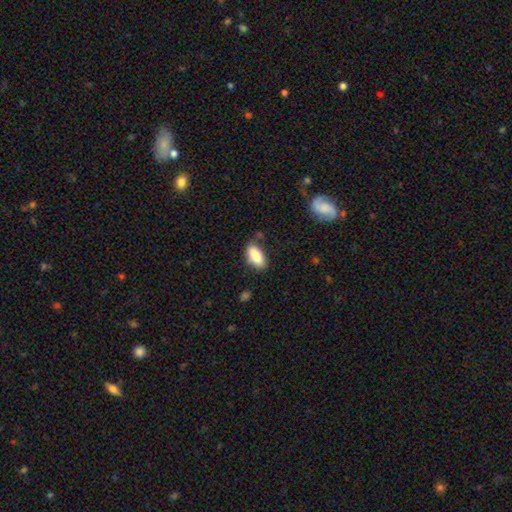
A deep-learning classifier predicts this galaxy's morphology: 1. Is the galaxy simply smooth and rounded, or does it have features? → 85% smooth, 8% featured or disk, 7% star or artifact.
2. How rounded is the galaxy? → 90% in between, 8% cigar-shaped, 3% round.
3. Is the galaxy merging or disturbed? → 71% none, 21% minor disturbance, 5% major disturbance, 4% merger.